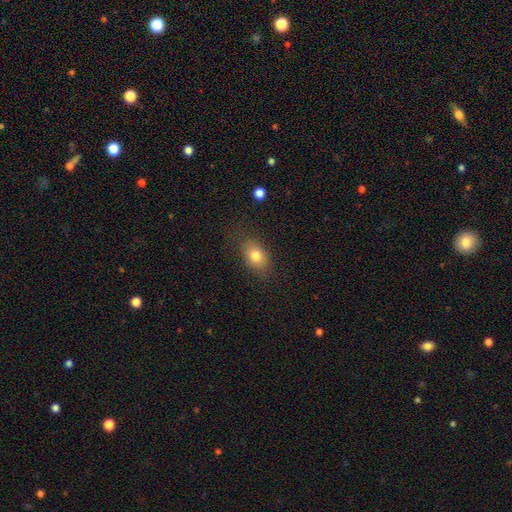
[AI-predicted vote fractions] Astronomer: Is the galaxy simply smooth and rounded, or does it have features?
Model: smooth — 78%.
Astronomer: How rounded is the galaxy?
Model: in between — 79%.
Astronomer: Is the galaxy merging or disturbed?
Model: none — 77%.